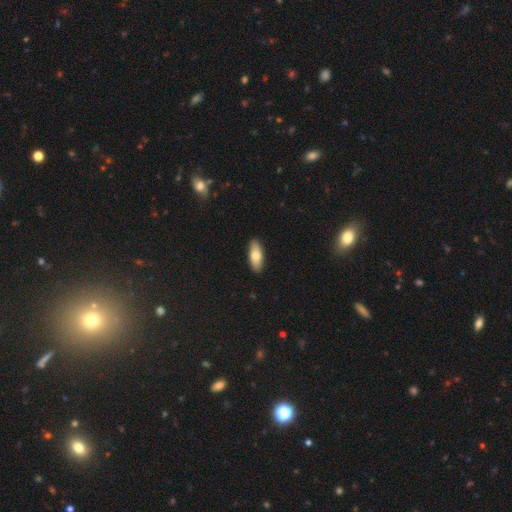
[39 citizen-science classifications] smooth_or_featured: smooth (p=0.77) [alt: featured or disk p=0.18]
how_rounded: in between (p=0.50) [alt: cigar-shaped p=0.47]
merging: none (p=0.73) [alt: minor disturbance p=0.19]